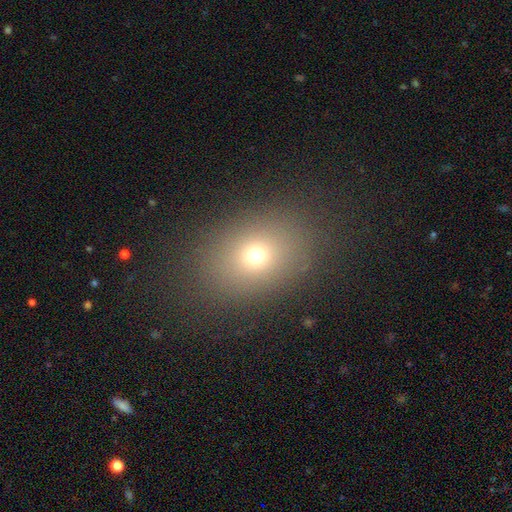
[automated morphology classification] Overall: smooth (69%). How rounded: in between (60%; round 39%). Merging: none (83%).